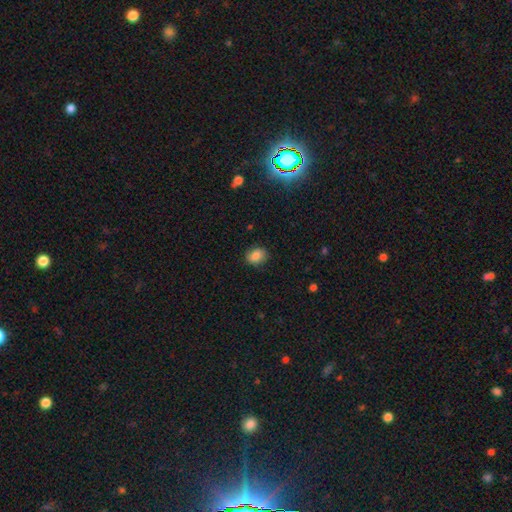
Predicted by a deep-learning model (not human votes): smooth_or_featured: smooth (p=0.84) [alt: star or artifact p=0.09]
how_rounded: round (p=0.51) [alt: in between p=0.48]
merging: none (p=0.82) [alt: minor disturbance p=0.13]